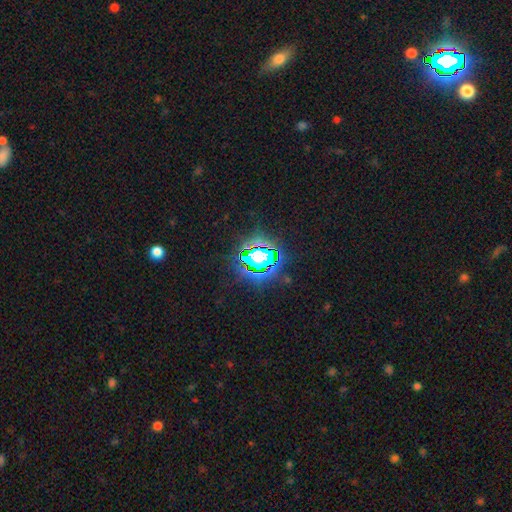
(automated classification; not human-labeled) Overall: star or artifact (69%).